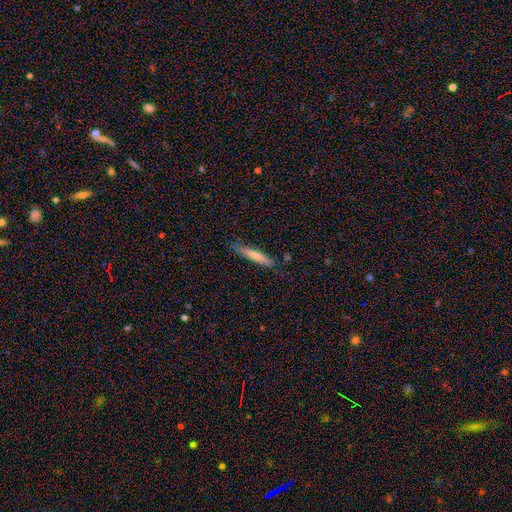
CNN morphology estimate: smooth_or_featured: smooth (p=0.72) [alt: featured or disk p=0.22]
how_rounded: cigar-shaped (p=0.91) [alt: in between p=0.08]
merging: none (p=0.84) [alt: minor disturbance p=0.12]